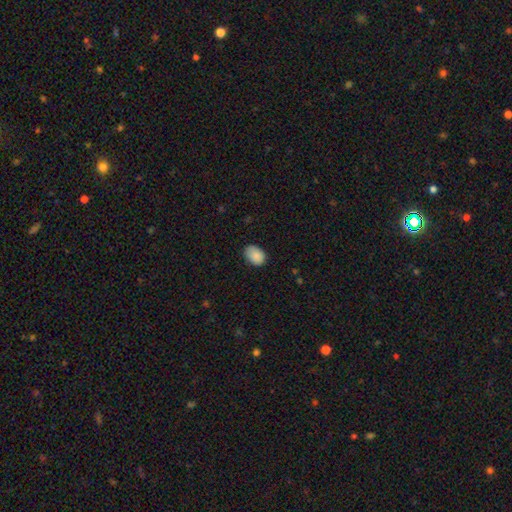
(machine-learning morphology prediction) Smooth or featured?
  - smooth: 88% *
  - star or artifact: 7%
  - featured or disk: 5%
How rounded?
  - in between: 77% *
  - round: 22%
  - cigar-shaped: 1%
Merging?
  - none: 74% *
  - minor disturbance: 21%
  - major disturbance: 3%
  - merger: 1%